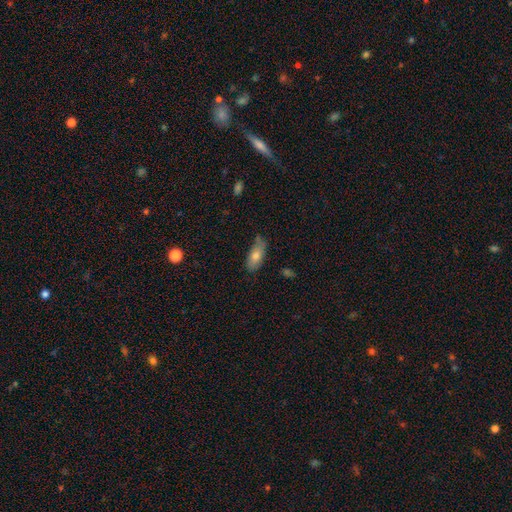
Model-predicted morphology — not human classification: The model was most divided on "merging": none: 63%, minor disturbance: 28%, major disturbance: 5%, merger: 3%. More confident: how rounded — in between (81%); smooth or featured — smooth (73%).